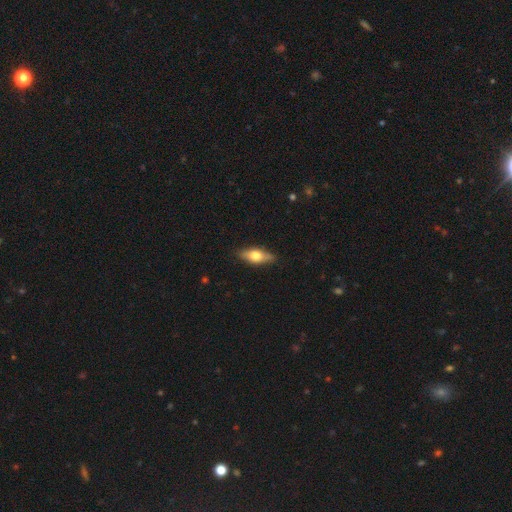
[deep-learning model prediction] The model was most divided on "smooth or featured": smooth: 56%, featured or disk: 37%, star or artifact: 6%. More confident: merging — none (84%); how rounded — in between (69%).